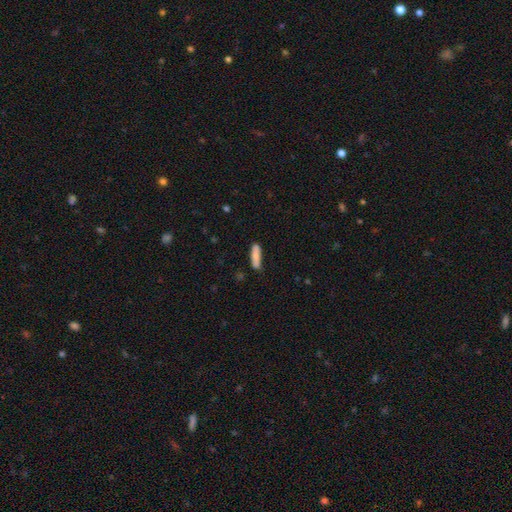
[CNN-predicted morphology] This appears to be a smooth galaxy with no disk features (79%) that is cigar-shaped (67%). Merging: none (74%).